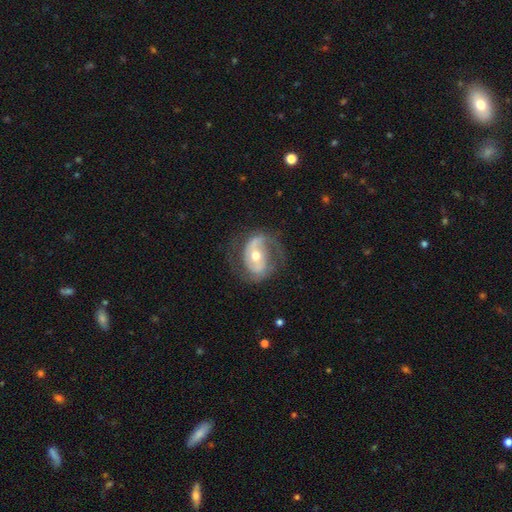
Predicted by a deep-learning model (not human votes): Smooth or featured?
  - featured or disk: 82% *
  - smooth: 12%
  - star or artifact: 5%
Edge-on disk?
  - no: 97% *
  - yes: 3%
Bar?
  - no: 44% *
  - weak: 34%
  - strong: 23%
Spiral arms?
  - yes: 91% *
  - no: 9%
Spiral winding?
  - medium: 47% *
  - tight: 28%
  - loose: 26%
Spiral arm count?
  - 2: 77% *
  - can't tell: 9%
  - 1: 8%
  - 3: 3%
  - 4: 1%
  - more than 4: 1%
Bulge size?
  - moderate: 66% *
  - small: 29%
  - large: 4%
  - none: 1%
  - dominant: 1%
Merging?
  - none: 63% *
  - minor disturbance: 19%
  - major disturbance: 16%
  - merger: 1%